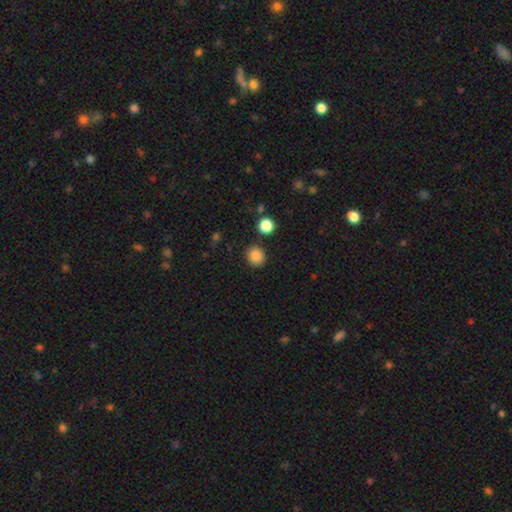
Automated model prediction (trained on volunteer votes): Overall: smooth (86%). How rounded: round (86%). Merging: none (89%).